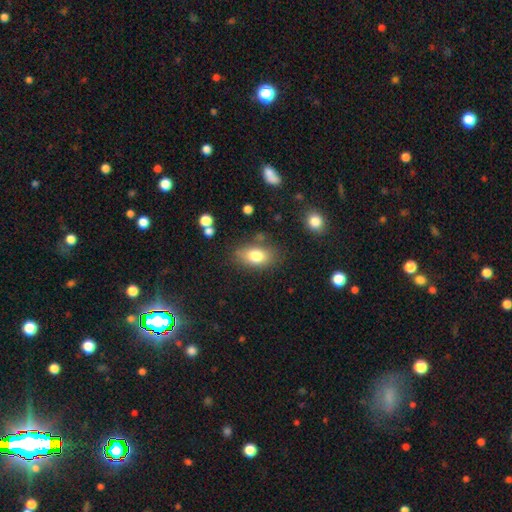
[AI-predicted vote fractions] smooth-or-featured: smooth: 79% | featured or disk: 12% | star or artifact: 9%
  how-rounded: in between: 84% | round: 14% | cigar-shaped: 2%
  merging: none: 76% | minor disturbance: 16% | major disturbance: 5% | merger: 4%